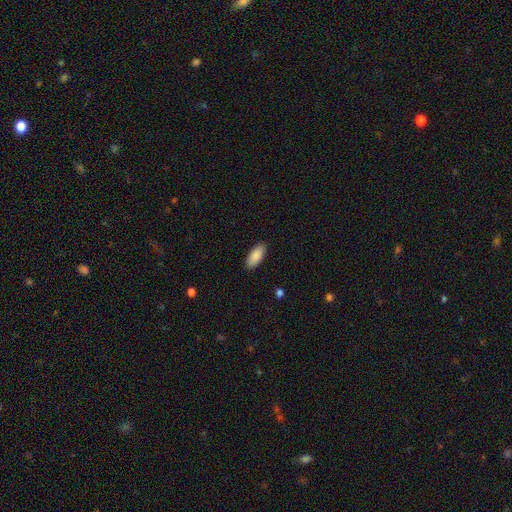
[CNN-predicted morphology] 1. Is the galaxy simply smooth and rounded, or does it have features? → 90% smooth, 6% star or artifact, 5% featured or disk.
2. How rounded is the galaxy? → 87% in between, 11% cigar-shaped, 2% round.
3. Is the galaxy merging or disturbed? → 89% none, 8% minor disturbance, 2% major disturbance, 1% merger.